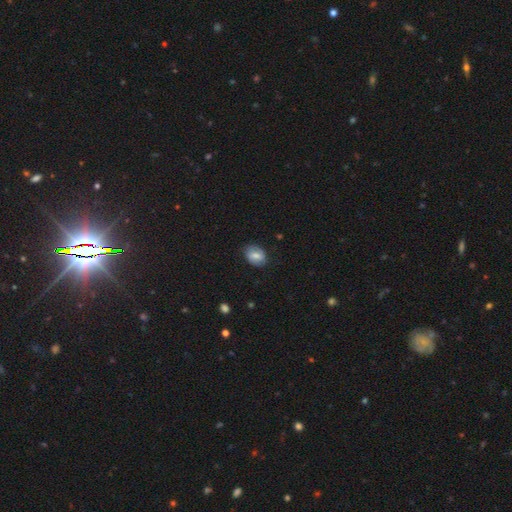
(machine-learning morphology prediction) Q: Smooth or featured?
A: smooth (65%); runner-up: featured or disk (27%)
Q: How rounded?
A: in between (74%); runner-up: round (25%)
Q: Merging?
A: none (78%); runner-up: minor disturbance (17%)